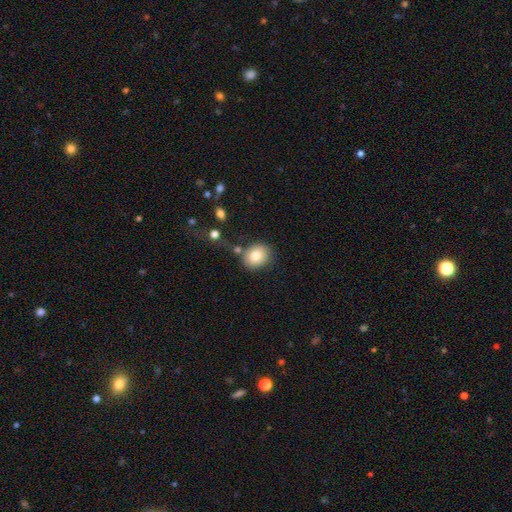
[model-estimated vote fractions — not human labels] Smooth or featured? smooth (80%)
How rounded? round (63%)
Merging? none (72%)